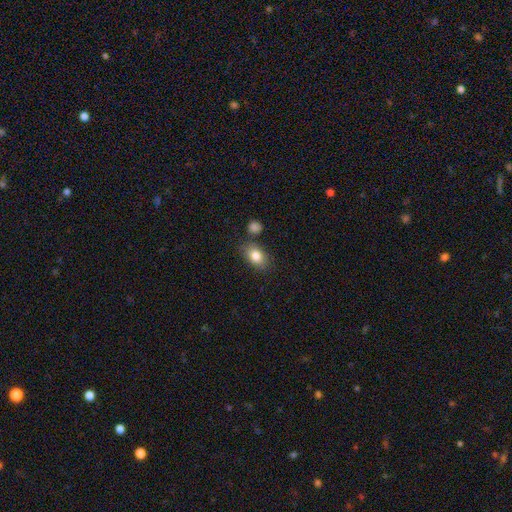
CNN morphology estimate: smooth_or_featured: smooth (p=0.82) [alt: featured or disk p=0.10]
how_rounded: in between (p=0.82) [alt: round p=0.16]
merging: none (p=0.74) [alt: minor disturbance p=0.15]